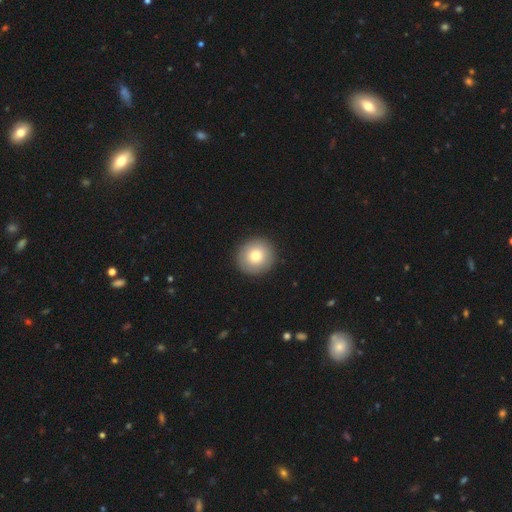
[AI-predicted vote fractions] Smooth or featured? Predicted: smooth (p=0.77). How rounded? Predicted: round (p=0.94). Merging? Predicted: none (p=0.92).